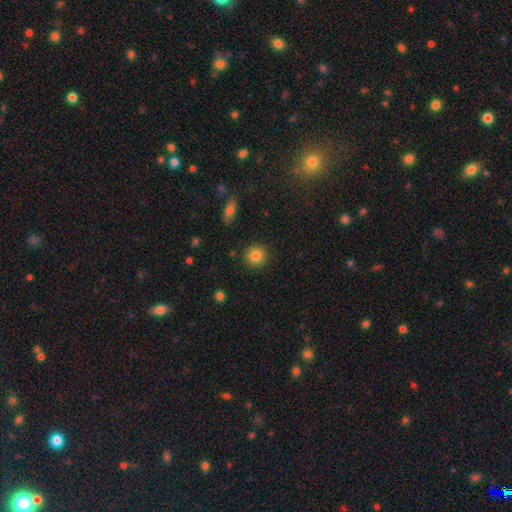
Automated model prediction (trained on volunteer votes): smooth 85%, star or artifact 10%, featured or disk 5%. Down the decision tree: how rounded — round (92%); merging — none (90%).